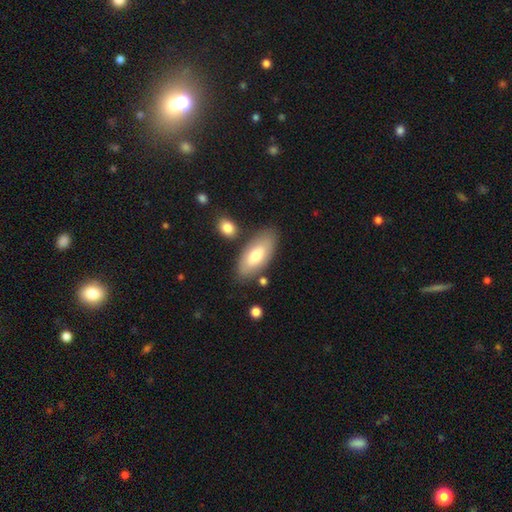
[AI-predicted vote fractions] Smooth or featured? smooth (72%)
How rounded? in between (88%)
Merging? none (77%)